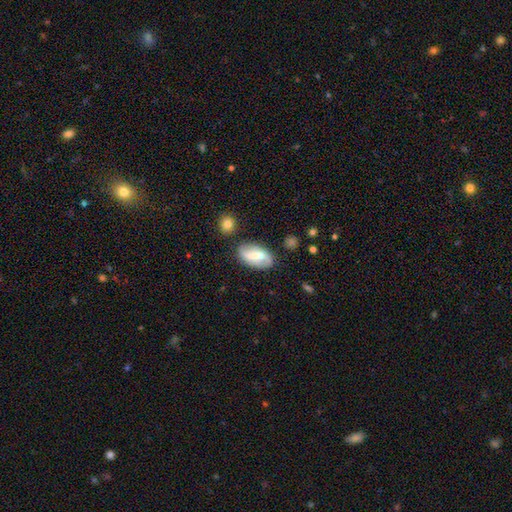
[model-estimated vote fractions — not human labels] The model was most divided on "smooth or featured": featured or disk: 51%, smooth: 42%, star or artifact: 7%. More confident: edge-on disk — no (94%); merging — none (79%).